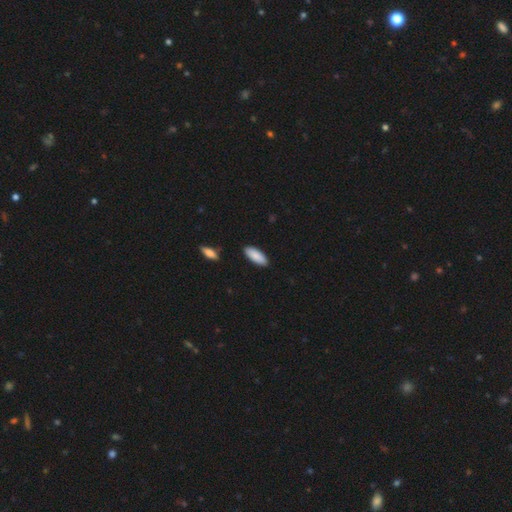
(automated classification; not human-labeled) Overall: smooth (89%). How rounded: in between (79%). Merging: none (88%).